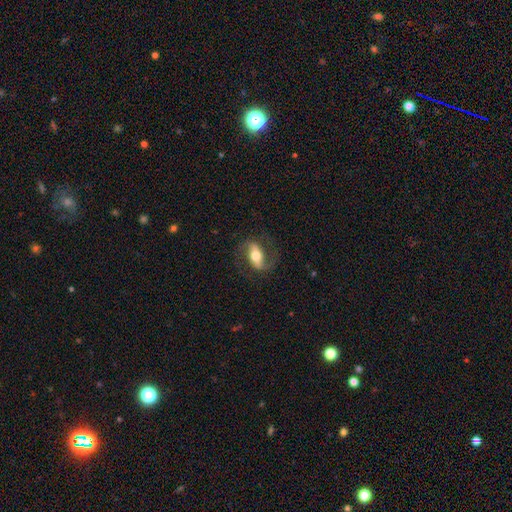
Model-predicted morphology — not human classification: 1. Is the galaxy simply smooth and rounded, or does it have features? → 65% featured or disk, 29% smooth, 7% star or artifact.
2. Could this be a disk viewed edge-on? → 88% no, 12% yes.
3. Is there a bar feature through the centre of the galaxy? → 50% strong, 28% weak, 22% no.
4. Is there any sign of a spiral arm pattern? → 82% yes, 18% no.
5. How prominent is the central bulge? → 59% moderate, 26% large, 10% small, 3% dominant, 1% none.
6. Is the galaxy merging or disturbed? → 73% none, 15% minor disturbance, 11% major disturbance, 1% merger.